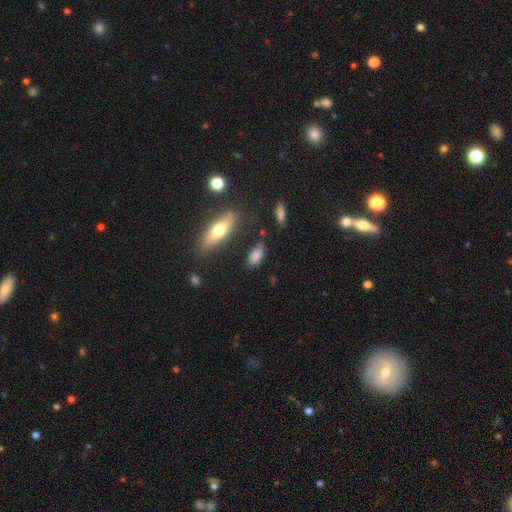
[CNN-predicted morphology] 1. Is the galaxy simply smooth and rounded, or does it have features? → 80% smooth, 11% featured or disk, 9% star or artifact.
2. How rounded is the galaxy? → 81% in between, 15% cigar-shaped, 5% round.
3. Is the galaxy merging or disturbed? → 72% none, 18% minor disturbance, 6% merger, 5% major disturbance.